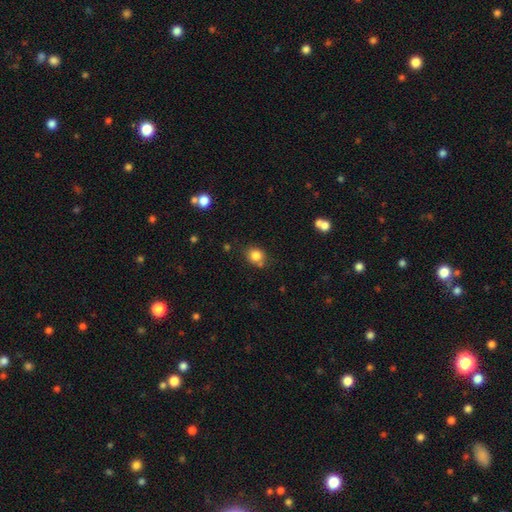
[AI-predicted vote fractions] Smooth or featured?
  - smooth: 82% *
  - star or artifact: 11%
  - featured or disk: 7%
How rounded?
  - round: 71% *
  - in between: 28%
  - cigar-shaped: 1%
Merging?
  - none: 71% *
  - minor disturbance: 16%
  - merger: 10%
  - major disturbance: 4%